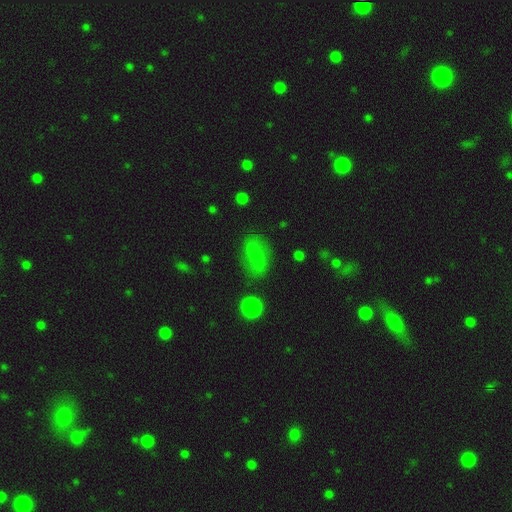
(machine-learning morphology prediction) Q: Smooth or featured?
A: smooth (59%); runner-up: featured or disk (29%)
Q: How rounded?
A: in between (80%); runner-up: round (16%)
Q: Merging?
A: none (72%); runner-up: minor disturbance (18%)